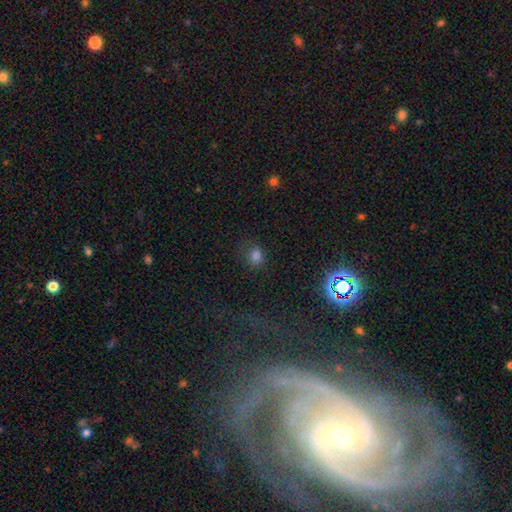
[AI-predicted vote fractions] A smooth galaxy with no disk features (76%) that is round (54%).

Vote fractions:
- Smooth or featured? smooth: 76% / star or artifact: 19% / featured or disk: 5%
- How rounded? round: 54% / in between: 45% / cigar-shaped: 2%
- Merging? none: 69% / minor disturbance: 19% / major disturbance: 9% / merger: 3%